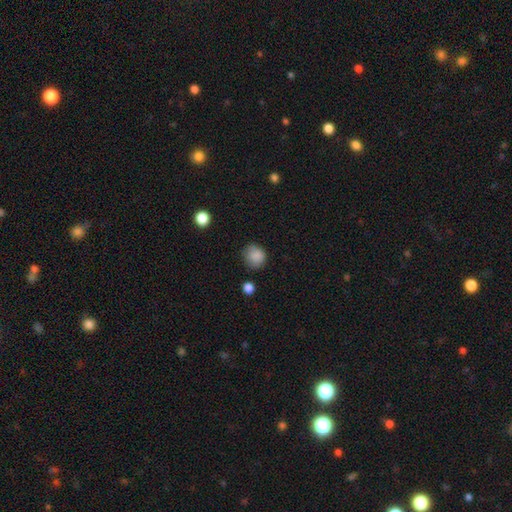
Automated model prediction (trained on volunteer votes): The model was most divided on "merging": none: 75%, minor disturbance: 18%, major disturbance: 4%, merger: 2%. More confident: smooth or featured — smooth (87%); how rounded — round (80%).